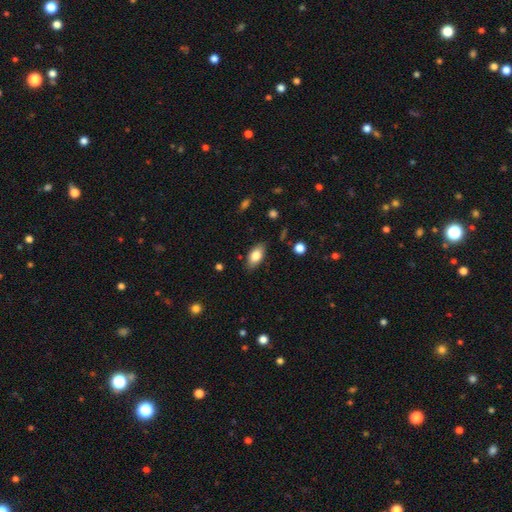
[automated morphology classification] This is likely a smooth galaxy (80%). How rounded: clearly in between (90%). Merging: clearly none (84%).